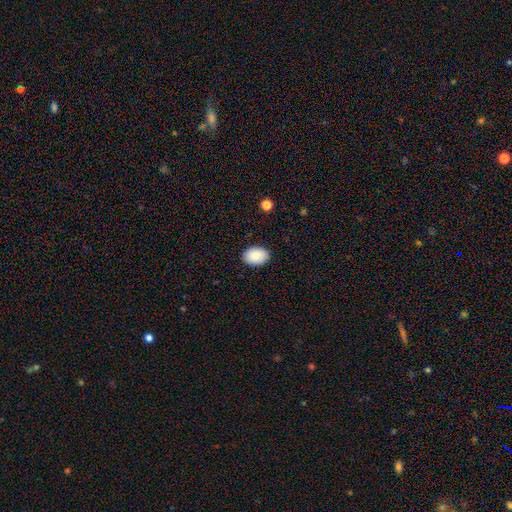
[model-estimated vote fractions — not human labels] Smooth or featured: smooth — 85% (featured or disk — 8%)
How rounded: in between — 82% (round — 17%)
Merging: none — 88% (minor disturbance — 9%)